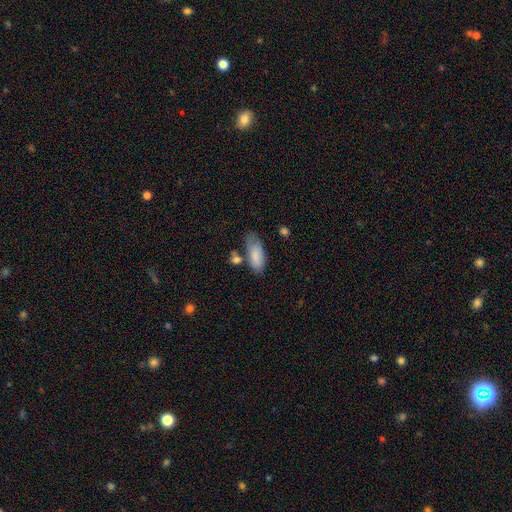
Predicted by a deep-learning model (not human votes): Overall: smooth (83%). How rounded: in between (86%). Merging: none (52%; minor disturbance 28%).